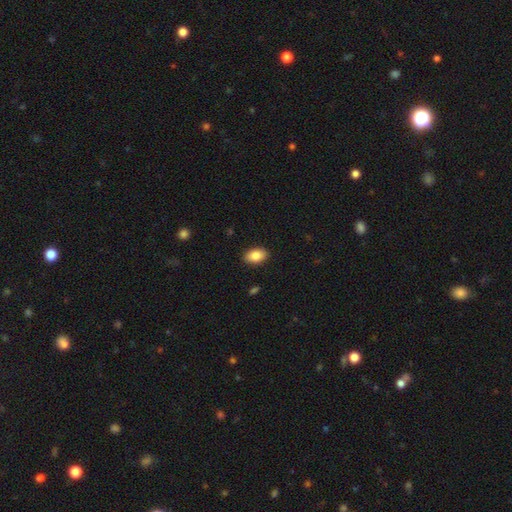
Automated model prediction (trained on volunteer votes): A smooth galaxy with no disk features (85%) that is in between round and cigar-shaped (91%).

Vote fractions:
- Smooth or featured? smooth: 85% / featured or disk: 7% / star or artifact: 7%
- How rounded? in between: 91% / round: 8% / cigar-shaped: 1%
- Merging? none: 89% / minor disturbance: 8% / major disturbance: 2% / merger: 1%